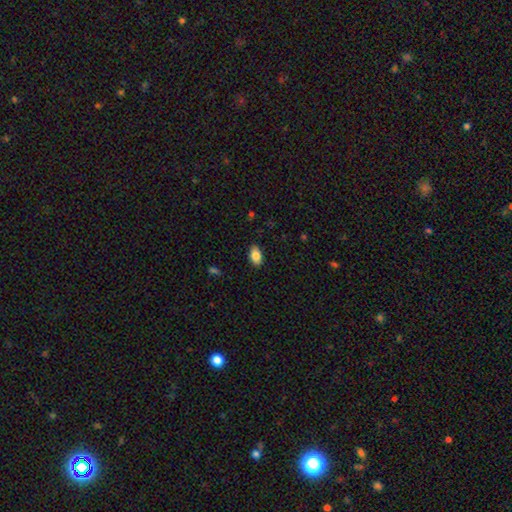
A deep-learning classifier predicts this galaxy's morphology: Smooth or featured? smooth (85%)
How rounded? in between (92%)
Merging? none (88%)